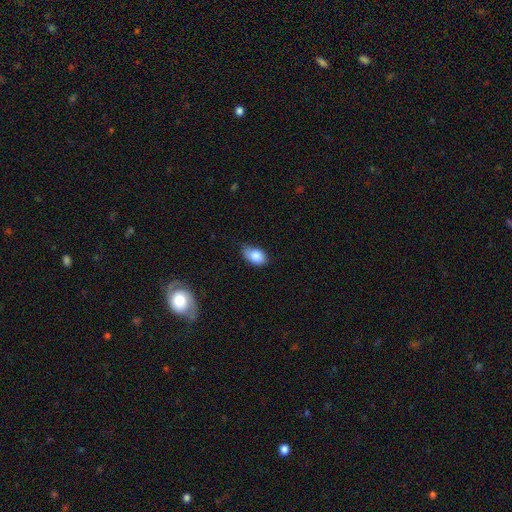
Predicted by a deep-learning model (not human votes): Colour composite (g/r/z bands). It shows a smooth galaxy with no disk features (85%) that is in between round and cigar-shaped (87%). Merging: none (56%).